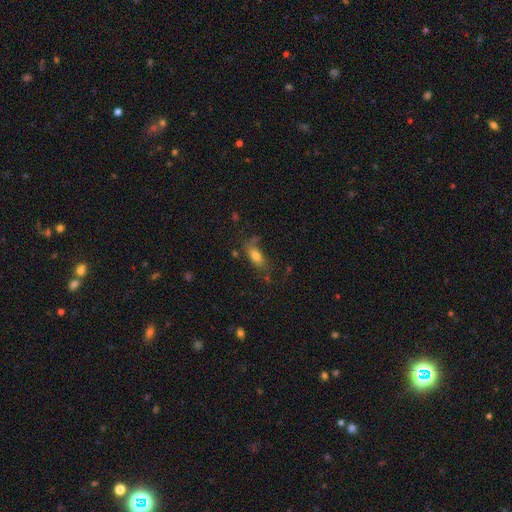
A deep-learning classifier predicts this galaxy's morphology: A smooth galaxy with no disk features (74%) that is in between round and cigar-shaped (78%). Merging: none (60%).